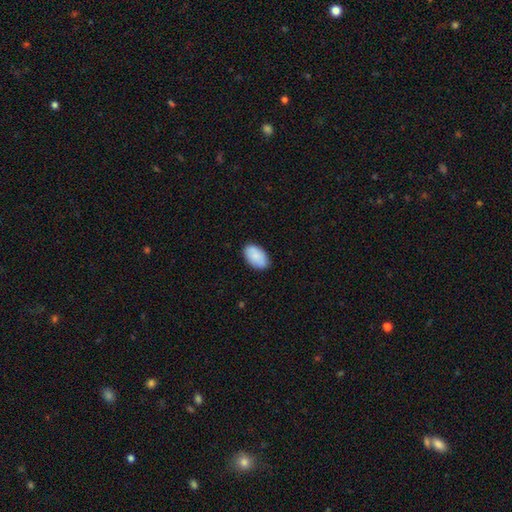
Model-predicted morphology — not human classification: smooth-or-featured: smooth: 88% | star or artifact: 6% | featured or disk: 6%
  how-rounded: in between: 94% | round: 5% | cigar-shaped: 1%
  merging: none: 86% | minor disturbance: 11% | major disturbance: 2% | merger: 1%